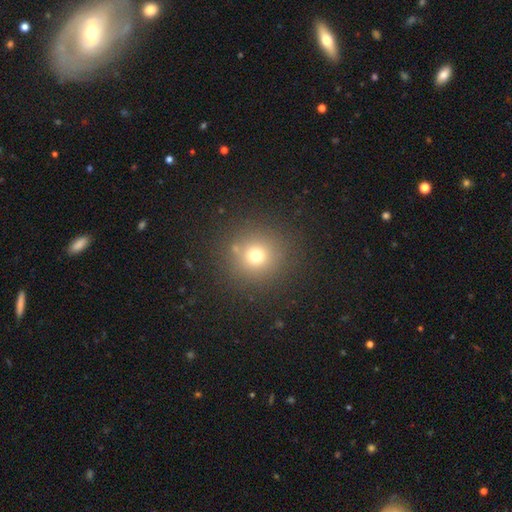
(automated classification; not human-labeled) smooth 70%, star or artifact 20%, featured or disk 10%. Down the decision tree: how rounded — round (93%); merging — none (85%).